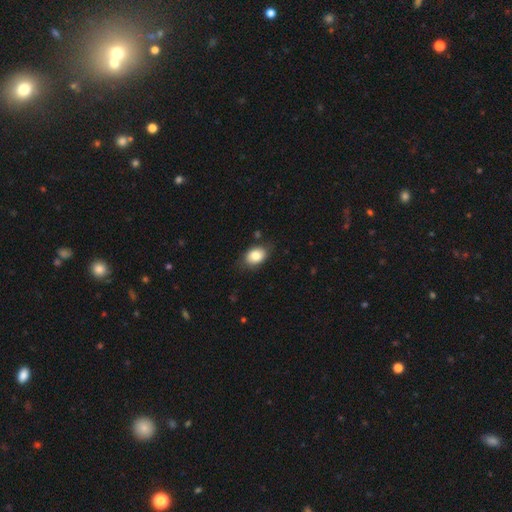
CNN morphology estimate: Smooth or featured: smooth — 82% (featured or disk — 11%)
How rounded: in between — 77% (round — 22%)
Merging: none — 76% (minor disturbance — 19%)